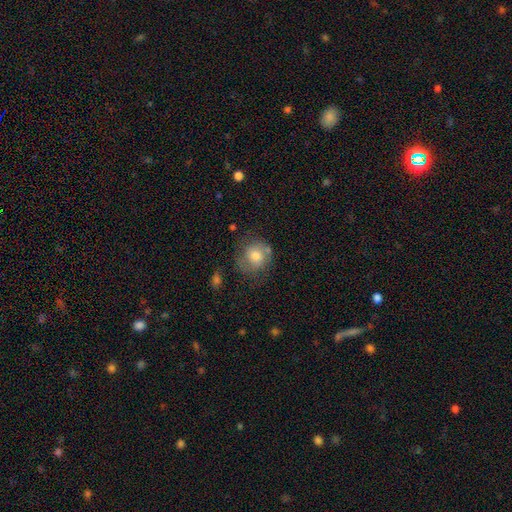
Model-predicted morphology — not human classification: This is possibly a smooth galaxy (60%). How rounded: clearly round (82%). Merging: likely none (65%).